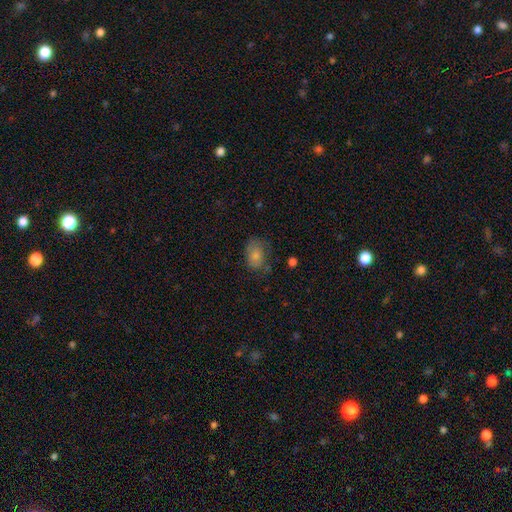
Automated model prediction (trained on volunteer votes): The model was most divided on "merging": none: 55%, minor disturbance: 29%, major disturbance: 13%, merger: 2%. More confident: how rounded — in between (78%); smooth or featured — smooth (76%).